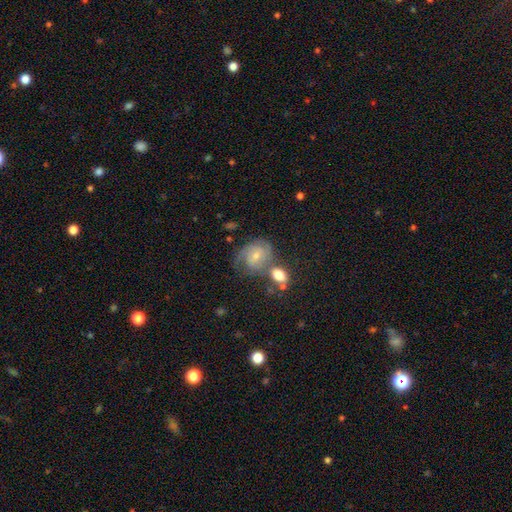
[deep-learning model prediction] smooth-or-featured: featured or disk: 66% | smooth: 23% | star or artifact: 11%
  disk-edge-on: no: 97% | yes: 3%
    bar: no: 57% | weak: 36% | strong: 7%
    has-spiral-arms: yes: 91% | no: 9%
      spiral-winding: tight: 52% | medium: 37% | loose: 11%
      spiral-arm-count: 2: 38% | can't tell: 29% | 3: 18% | 1: 7% | 4: 4% | more than 4: 4%
    bulge-size: small: 59% | moderate: 36% | none: 3% | large: 2% | dominant: 1%
  merging: none: 50% | merger: 20% | minor disturbance: 19% | major disturbance: 11%